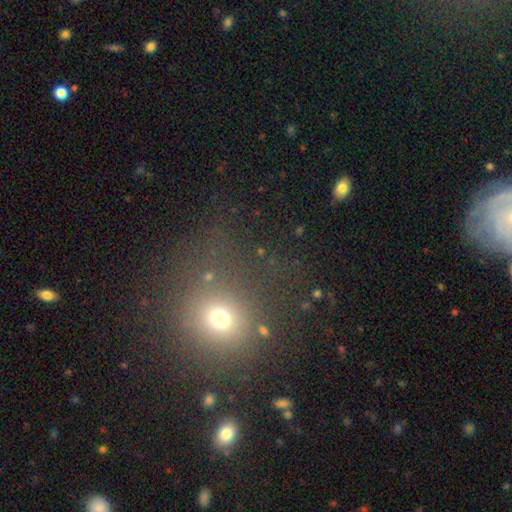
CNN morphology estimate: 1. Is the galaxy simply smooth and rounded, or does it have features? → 52% smooth, 31% star or artifact, 17% featured or disk.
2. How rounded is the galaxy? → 87% round, 11% in between, 1% cigar-shaped.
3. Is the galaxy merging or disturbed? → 66% none, 16% minor disturbance, 13% major disturbance, 6% merger.